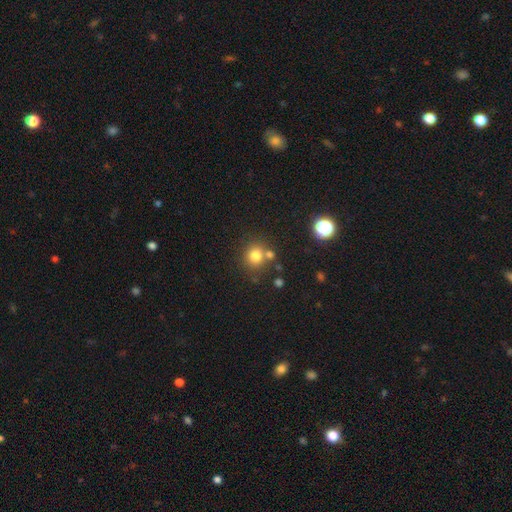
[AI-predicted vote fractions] This appears to be a smooth galaxy with no disk features (78%) that is round (89%). Merging: none (68%).